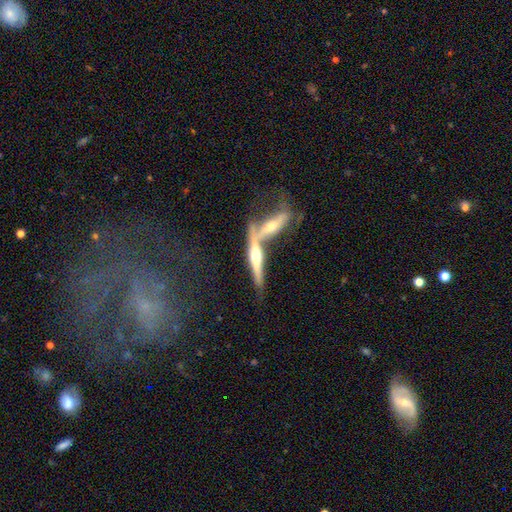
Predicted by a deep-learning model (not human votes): This is likely a featured or disk galaxy (68%). It is clearly viewed edge-on (90%). Edge-on bulge: clearly rounded (88%). Merging: possibly merger (52%).